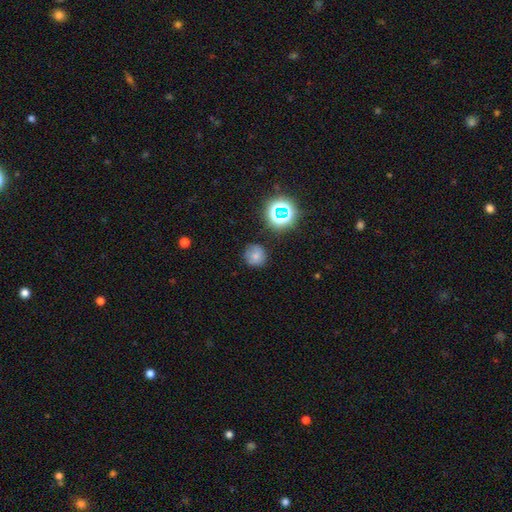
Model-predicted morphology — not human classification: Overall: smooth (66%). How rounded: round (88%). Merging: none (78%).